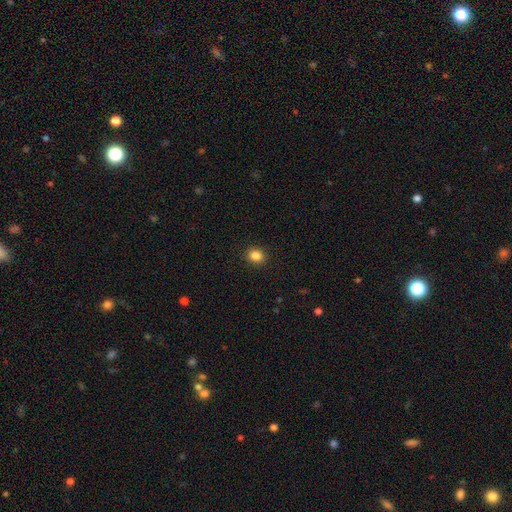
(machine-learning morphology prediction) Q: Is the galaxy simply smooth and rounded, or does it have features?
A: smooth — 85%.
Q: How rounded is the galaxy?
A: round — 72%.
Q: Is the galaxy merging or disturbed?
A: none — 91%.